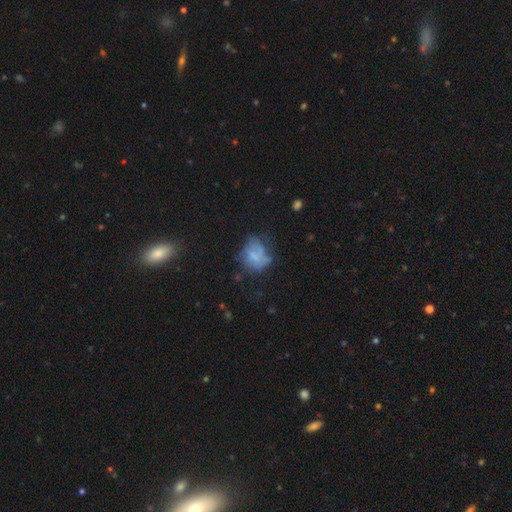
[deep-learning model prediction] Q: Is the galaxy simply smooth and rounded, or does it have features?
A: smooth — 50%.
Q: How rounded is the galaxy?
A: round — 50%.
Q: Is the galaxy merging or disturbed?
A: none — 40%.